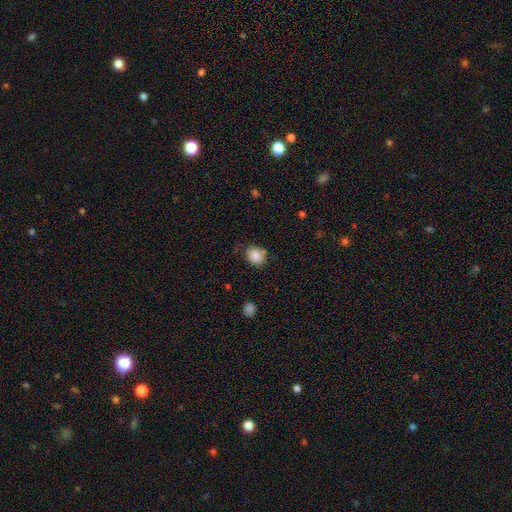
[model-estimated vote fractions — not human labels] Morphology: type=smooth (85%); roundness=round (63%); merging=none (69%).